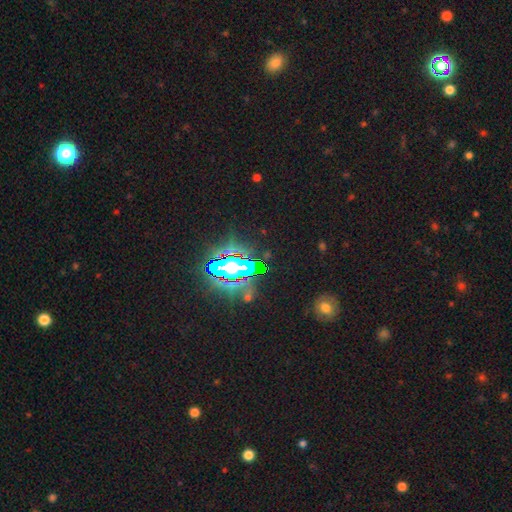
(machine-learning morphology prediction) Smooth or featured? Predicted: star or artifact (p=0.82).